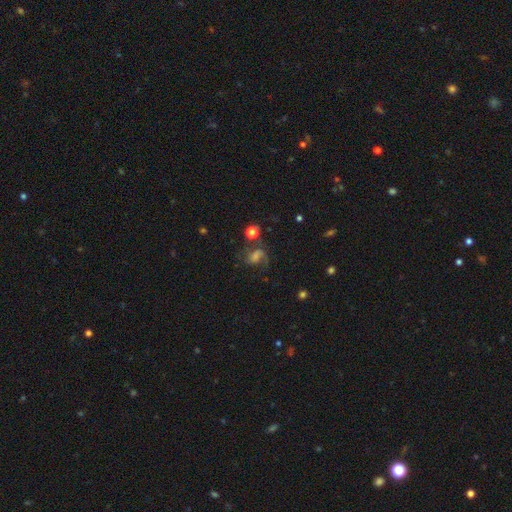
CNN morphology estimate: This is possibly a featured or disk galaxy (53%). It is clearly not viewed edge-on (97%). Bar: marginally weak (45%). Spiral arm pattern: clearly yes (86%). Central bulge: marginally moderate (32%). Merging: possibly none (56%).